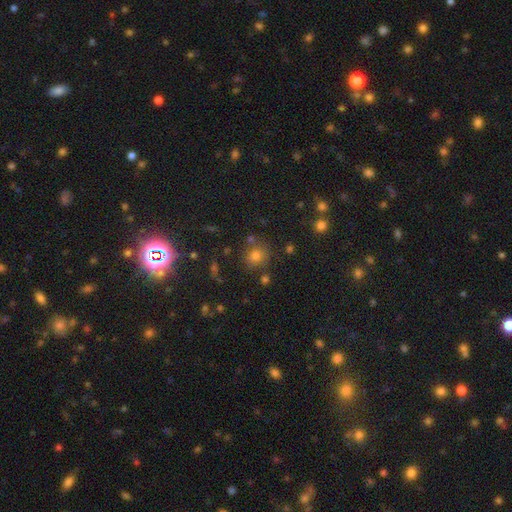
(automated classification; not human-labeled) The model was most divided on "smooth or featured": smooth: 75%, star or artifact: 18%, featured or disk: 8%. More confident: how rounded — round (83%); merging — none (74%).